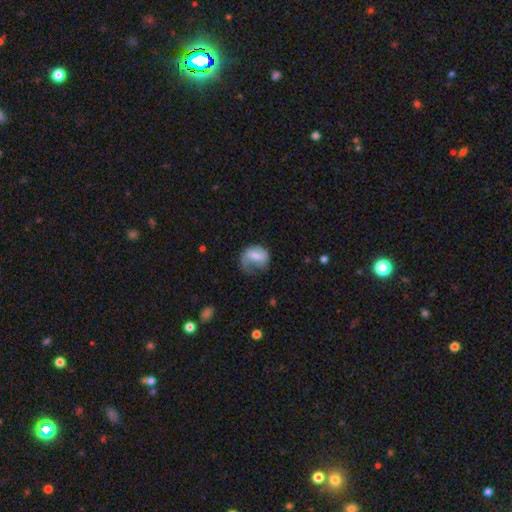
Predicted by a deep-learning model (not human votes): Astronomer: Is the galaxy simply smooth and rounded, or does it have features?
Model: featured or disk — 50% (runner-up: smooth, 43%).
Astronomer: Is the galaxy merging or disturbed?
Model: major disturbance — 38% (runner-up: none, 33%).